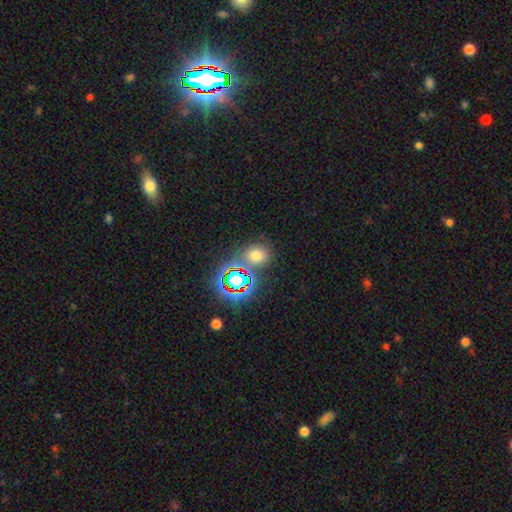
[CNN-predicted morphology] type=smooth (59%); roundness=round (64%); merging=none (72%).